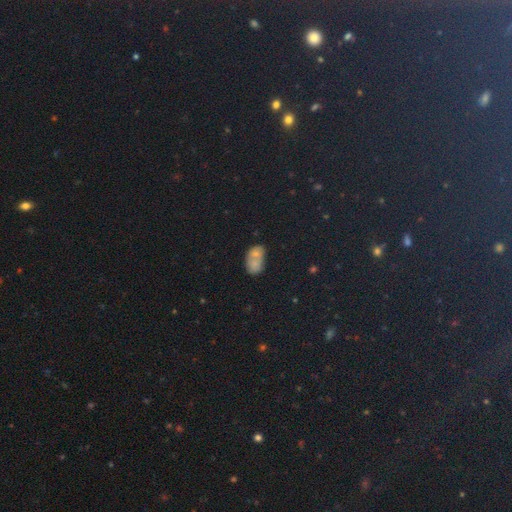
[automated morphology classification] smooth_or_featured: smooth (p=0.66) [alt: featured or disk p=0.17]
how_rounded: in between (p=0.83) [alt: round p=0.15]
merging: merger (p=0.40) [alt: none p=0.36]